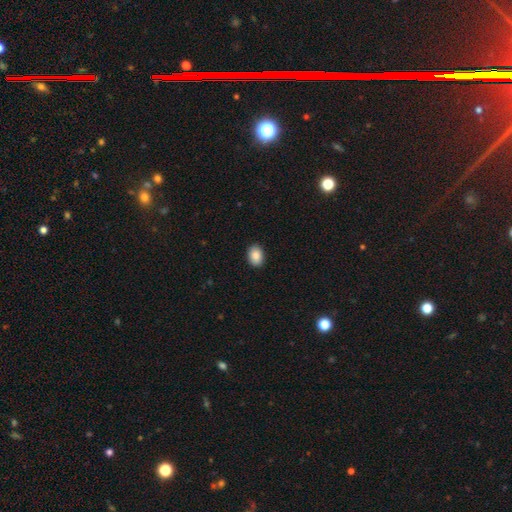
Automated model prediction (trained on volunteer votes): smooth 88%, star or artifact 8%, featured or disk 4%. Down the decision tree: how rounded — in between (76%); merging — none (90%).